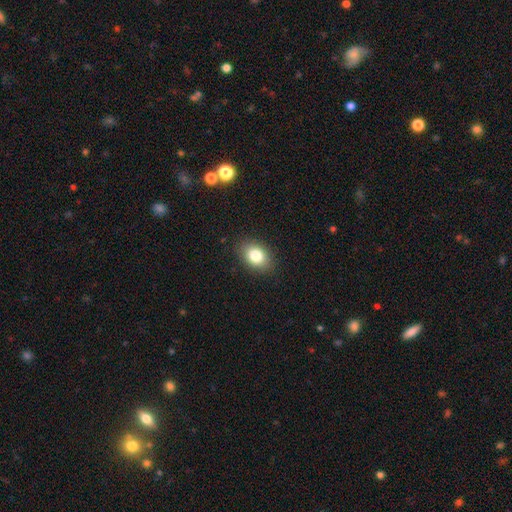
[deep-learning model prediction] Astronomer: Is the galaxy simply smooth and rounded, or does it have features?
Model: smooth — 82%.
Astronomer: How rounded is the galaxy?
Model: in between — 70%.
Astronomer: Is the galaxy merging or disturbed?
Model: none — 87%.